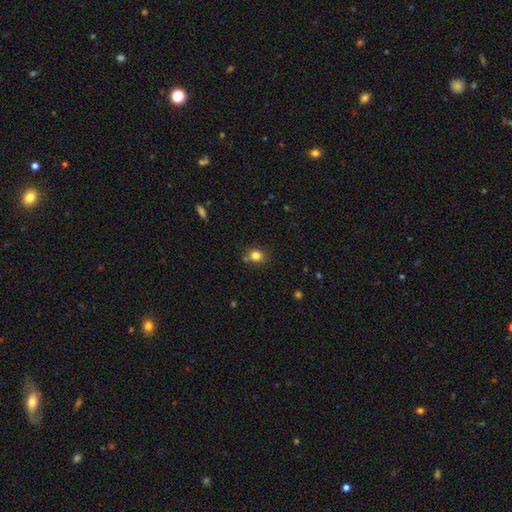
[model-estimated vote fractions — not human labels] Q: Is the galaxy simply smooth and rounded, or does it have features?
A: smooth — 81%.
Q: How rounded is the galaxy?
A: round — 65%.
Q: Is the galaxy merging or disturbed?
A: none — 74%.